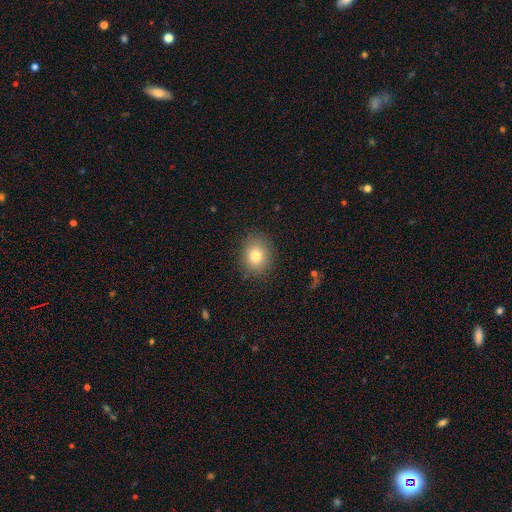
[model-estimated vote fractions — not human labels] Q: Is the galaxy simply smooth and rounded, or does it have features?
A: smooth — 79%.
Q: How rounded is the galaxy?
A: round — 62%.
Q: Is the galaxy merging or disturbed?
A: none — 87%.